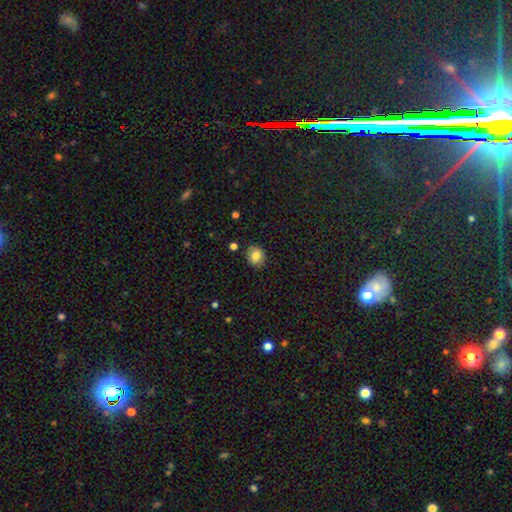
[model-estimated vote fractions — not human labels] This is clearly a smooth galaxy (83%). How rounded: likely round (69%). Merging: clearly none (86%).